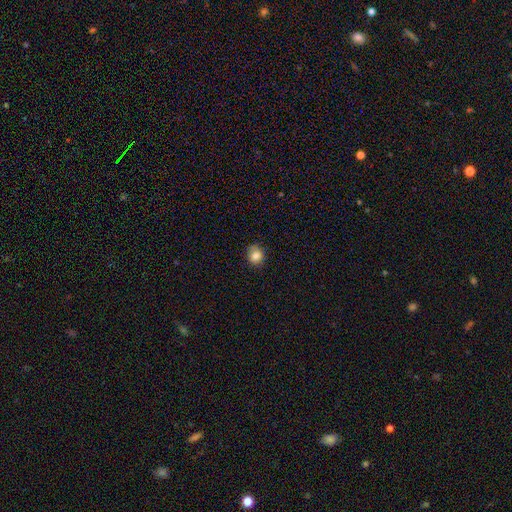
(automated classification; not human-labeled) smooth_or_featured: smooth (p=0.84) [alt: star or artifact p=0.11]
how_rounded: round (p=0.75) [alt: in between p=0.24]
merging: none (p=0.78) [alt: minor disturbance p=0.18]